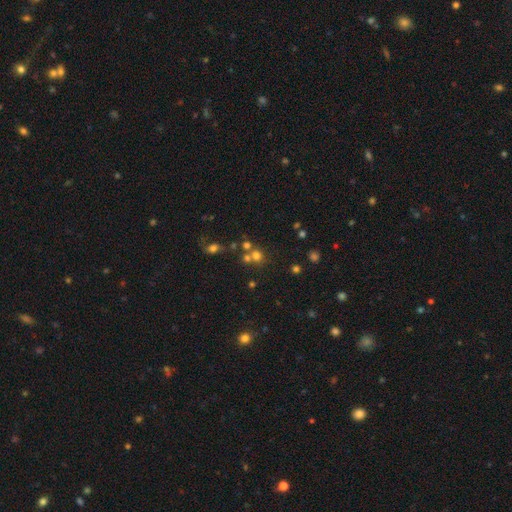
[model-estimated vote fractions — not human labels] Morphology: type=smooth (64%); roundness=round (85%); merging=none (54%).